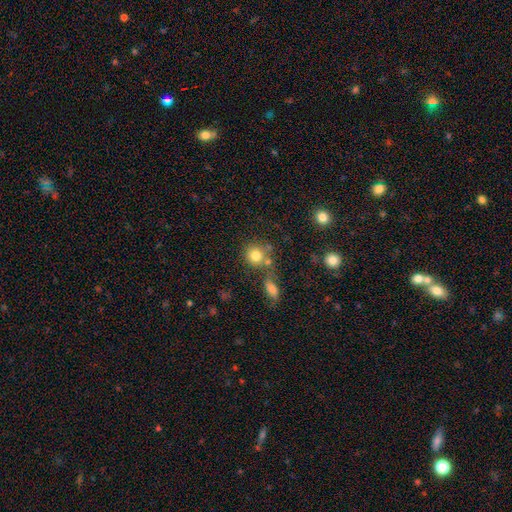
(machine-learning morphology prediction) type=smooth (80%); roundness=round (87%); merging=none (60%).